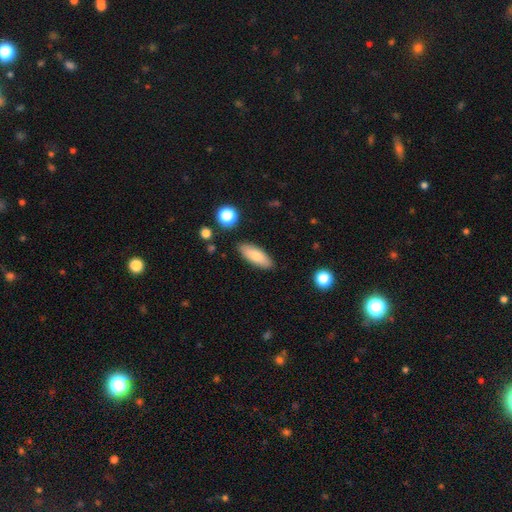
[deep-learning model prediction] This appears to be a smooth galaxy with no disk features (76%) that is in between round and cigar-shaped (71%). Merging: none (87%).